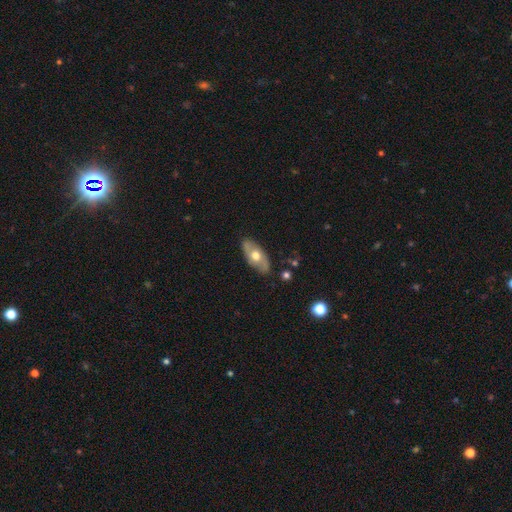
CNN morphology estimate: smooth-or-featured: smooth: 49% | featured or disk: 46% | star or artifact: 5%
  merging: none: 84% | minor disturbance: 12% | major disturbance: 3% | merger: 2%